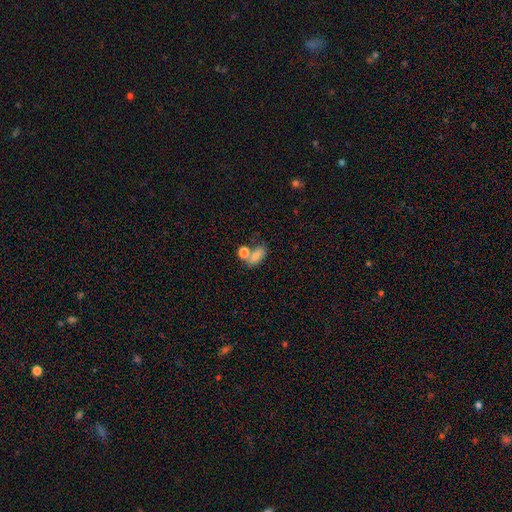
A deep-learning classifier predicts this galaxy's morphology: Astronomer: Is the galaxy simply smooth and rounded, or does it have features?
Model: smooth — 76%.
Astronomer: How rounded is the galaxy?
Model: in between — 84%.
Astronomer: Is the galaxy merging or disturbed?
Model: none — 40% (runner-up: merger, 39%).